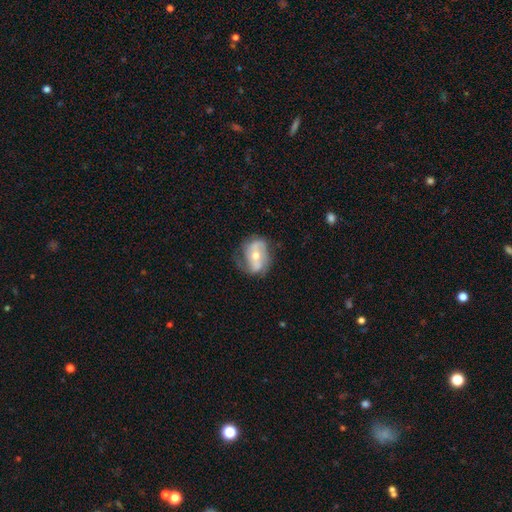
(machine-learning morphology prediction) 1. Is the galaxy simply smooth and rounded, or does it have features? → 71% featured or disk, 22% smooth, 7% star or artifact.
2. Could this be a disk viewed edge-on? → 95% no, 5% yes.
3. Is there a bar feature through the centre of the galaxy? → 40% no, 34% weak, 26% strong.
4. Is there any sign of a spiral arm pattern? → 84% yes, 16% no.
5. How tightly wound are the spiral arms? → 40% medium, 34% loose, 25% tight.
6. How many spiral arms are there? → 69% 2, 13% can't tell, 9% 3, 6% 1, 2% 4, 2% more than 4.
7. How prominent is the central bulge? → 62% moderate, 33% small, 3% large, 1% none, 1% dominant.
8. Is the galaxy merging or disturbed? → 60% none, 25% minor disturbance, 13% major disturbance, 2% merger.